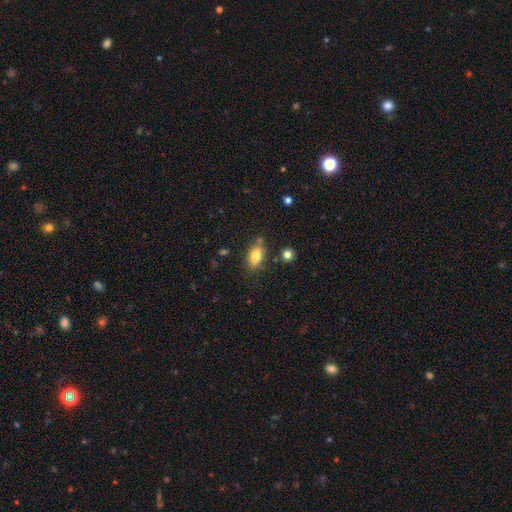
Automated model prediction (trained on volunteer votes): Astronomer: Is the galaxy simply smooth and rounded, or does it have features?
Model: smooth — 79%.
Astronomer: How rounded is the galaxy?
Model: in between — 86%.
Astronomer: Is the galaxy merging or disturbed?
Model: none — 75%.